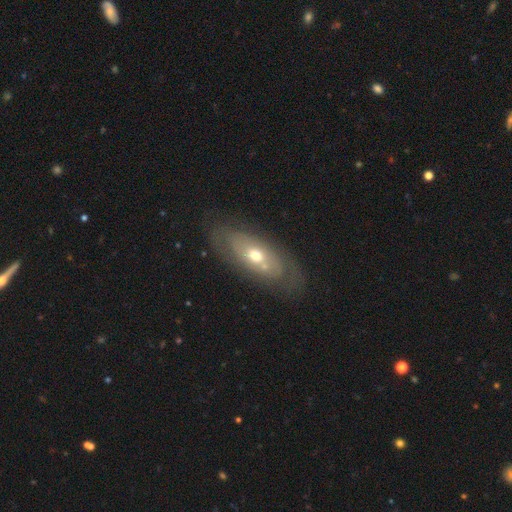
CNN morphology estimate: Smooth or featured?
  - featured or disk: 58% *
  - smooth: 35%
  - star or artifact: 7%
Edge-on disk?
  - no: 82% *
  - yes: 18%
Merging?
  - none: 73% *
  - minor disturbance: 16%
  - major disturbance: 6%
  - merger: 5%